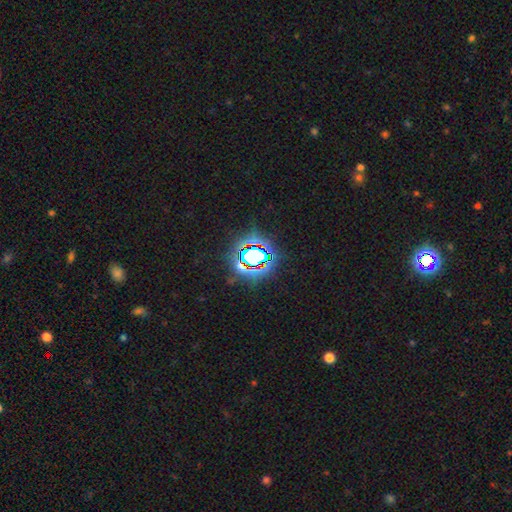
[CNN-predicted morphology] star or artifact 81%, smooth 11%, featured or disk 7%.